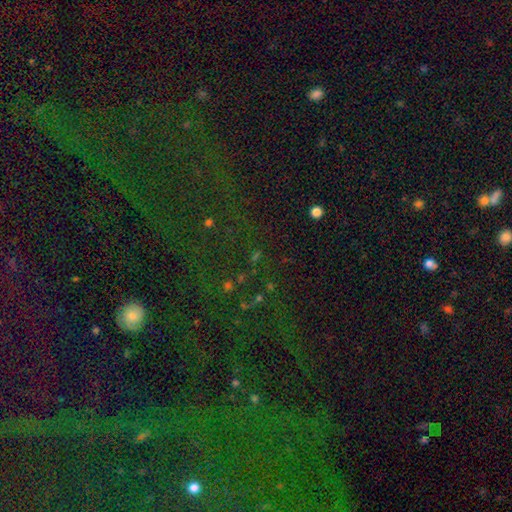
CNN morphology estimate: Overall: star or artifact (71%).